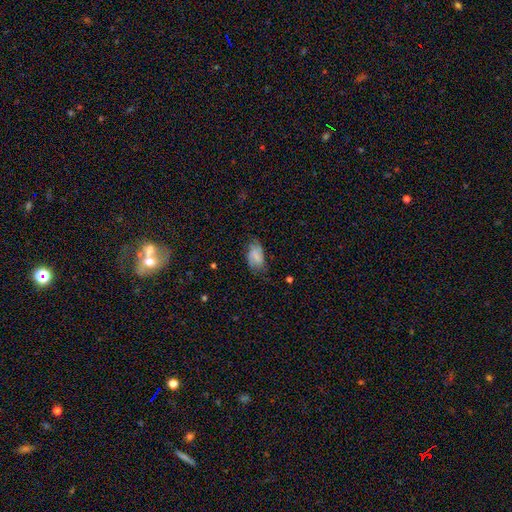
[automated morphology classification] type=smooth (59%); roundness=in between (91%); merging=none (57%).